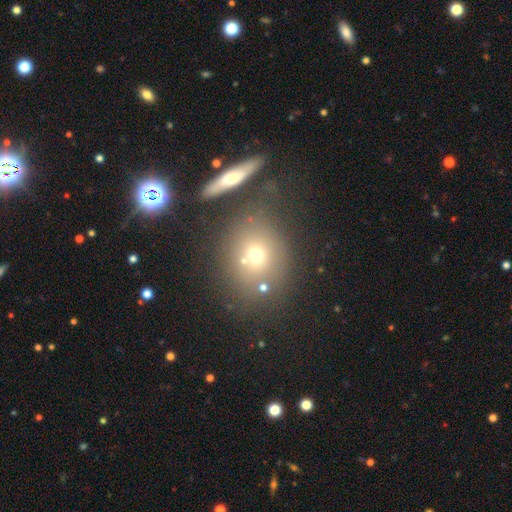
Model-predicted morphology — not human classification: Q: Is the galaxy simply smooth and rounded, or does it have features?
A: smooth — 64%.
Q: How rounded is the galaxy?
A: round — 66%.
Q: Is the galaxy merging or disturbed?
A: none — 66%.